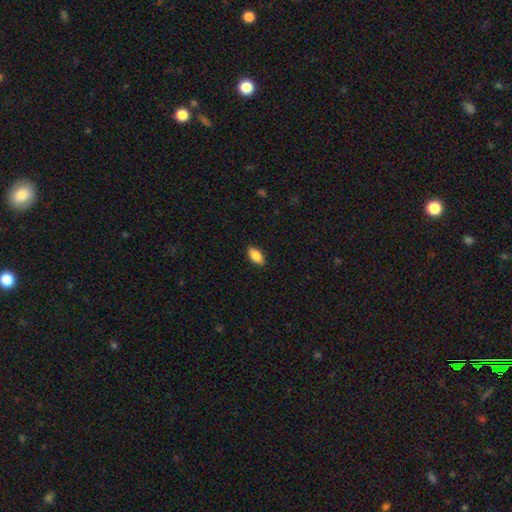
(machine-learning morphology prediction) smooth-or-featured: smooth: 86% | featured or disk: 7% | star or artifact: 7%
  how-rounded: in between: 90% | cigar-shaped: 7% | round: 3%
  merging: none: 89% | minor disturbance: 8% | major disturbance: 2% | merger: 1%